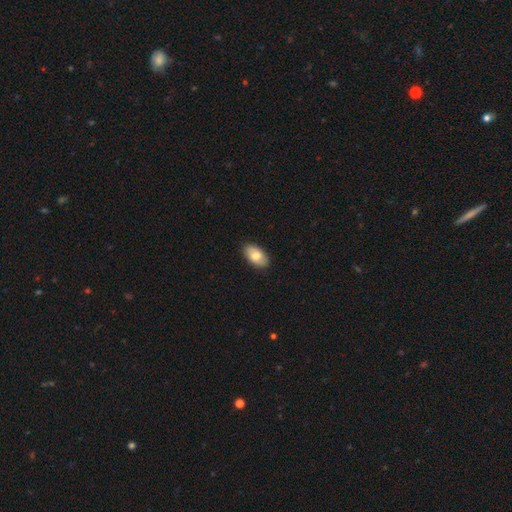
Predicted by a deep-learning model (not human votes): This appears to be a smooth galaxy with no disk features (76%) that is in between round and cigar-shaped (94%). Merging: none (88%).